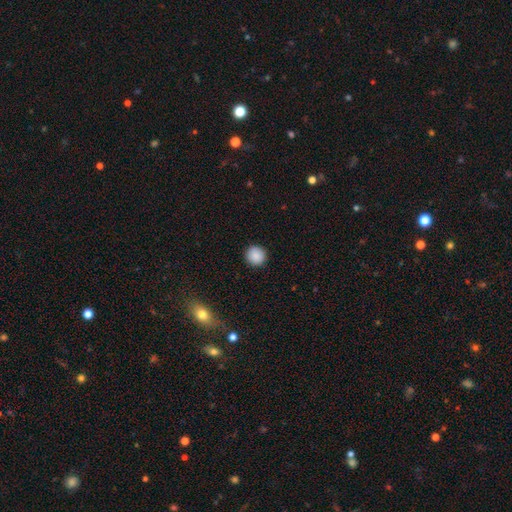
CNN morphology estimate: This is clearly a smooth galaxy (89%). How rounded: clearly round (94%). Merging: clearly none (92%).